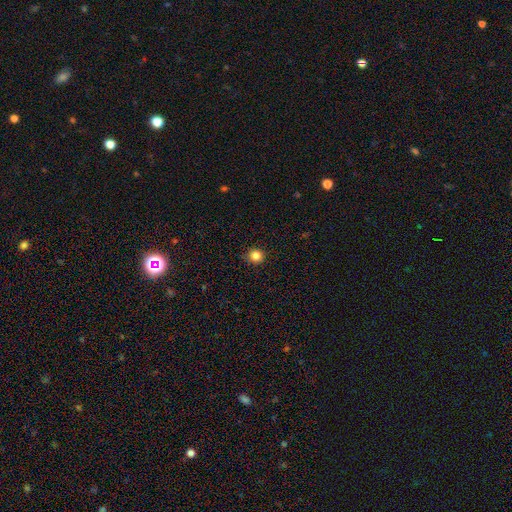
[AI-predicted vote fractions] Smooth or featured? Predicted: smooth (p=0.85). How rounded? Predicted: round (p=0.92). Merging? Predicted: none (p=0.89).